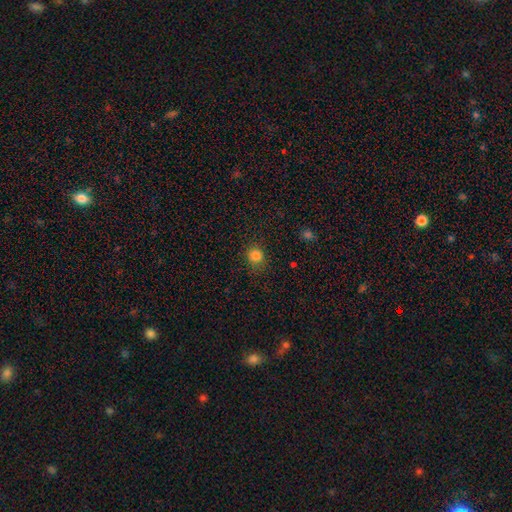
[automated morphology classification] Smooth or featured? smooth (82%)
How rounded? round (80%)
Merging? none (81%)